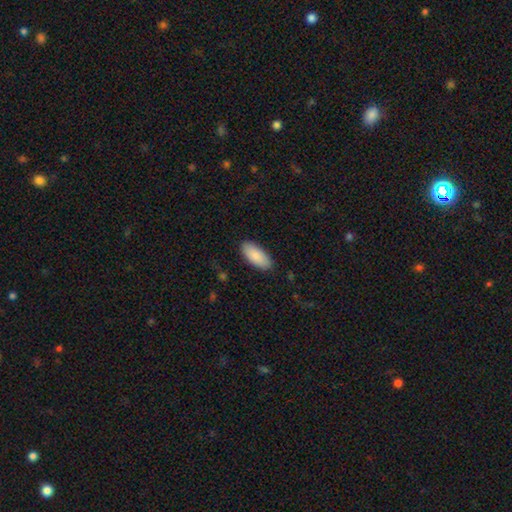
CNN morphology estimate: This is clearly a smooth galaxy (89%). How rounded: clearly in between (90%). Merging: clearly none (87%).